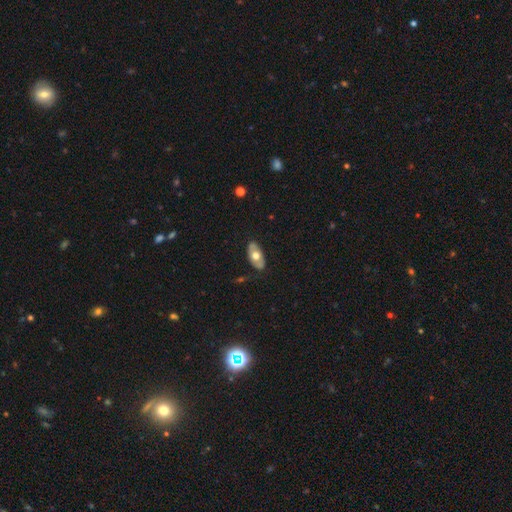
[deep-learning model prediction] A smooth galaxy with no disk features (55%) that is in between round and cigar-shaped (91%). Merging: none (80%).